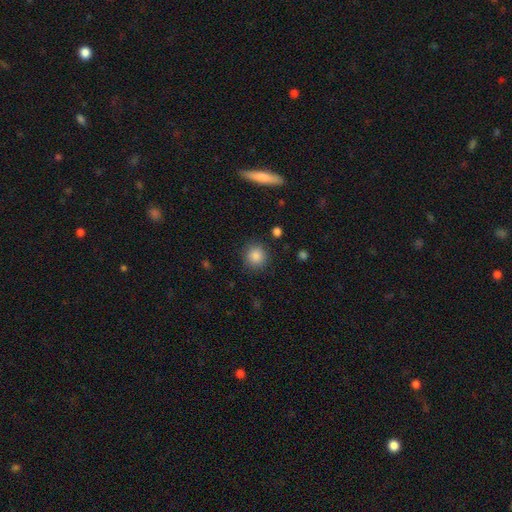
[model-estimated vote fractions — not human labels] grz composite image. It shows a smooth galaxy with no disk features (86%) that is round (91%). Merging: none (89%).